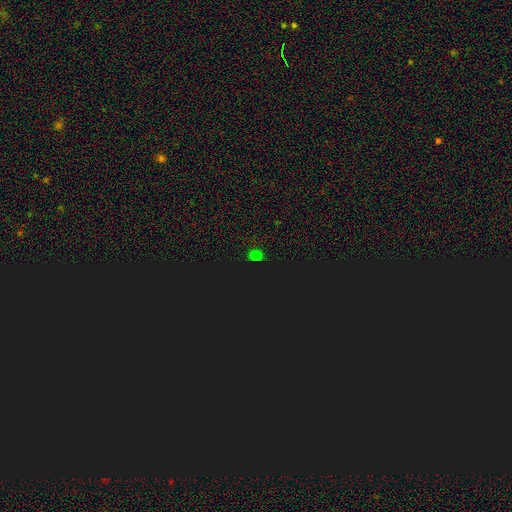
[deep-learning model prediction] Smooth or featured? Predicted: smooth (p=0.51). How rounded? Predicted: round (p=0.71). Merging? Predicted: none (p=0.85).